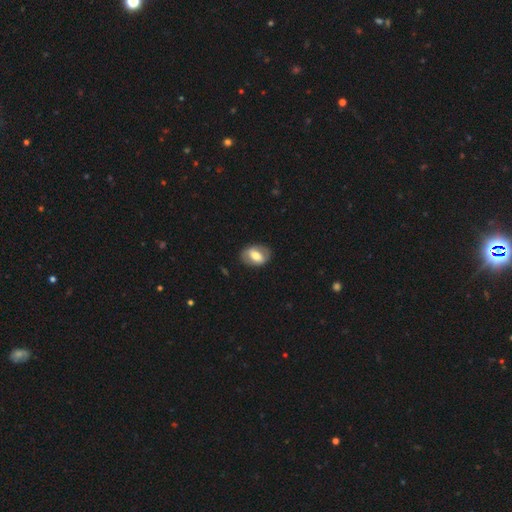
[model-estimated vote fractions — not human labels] Q: Smooth or featured?
A: smooth (55%); runner-up: featured or disk (39%)
Q: How rounded?
A: in between (78%); runner-up: round (20%)
Q: Merging?
A: none (82%); runner-up: minor disturbance (12%)